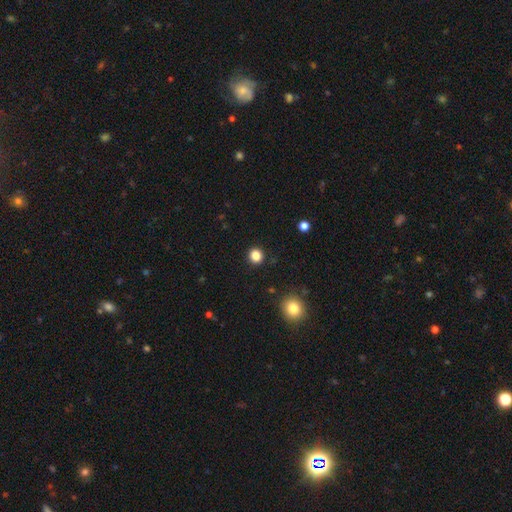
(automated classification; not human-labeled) Overall: smooth (85%). How rounded: round (88%). Merging: none (92%).